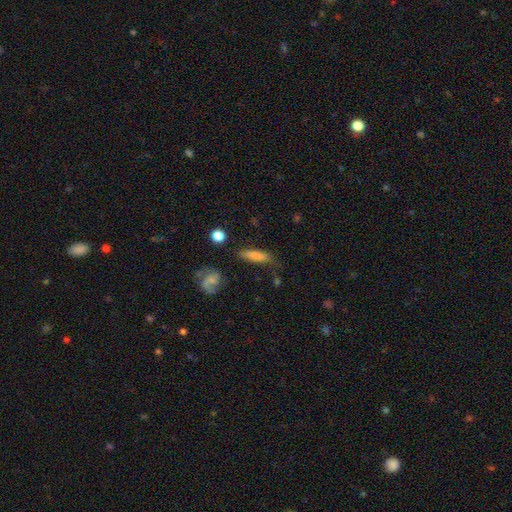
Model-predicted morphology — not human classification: Overall: smooth (79%). How rounded: cigar-shaped (62%; in between 34%). Merging: none (72%).